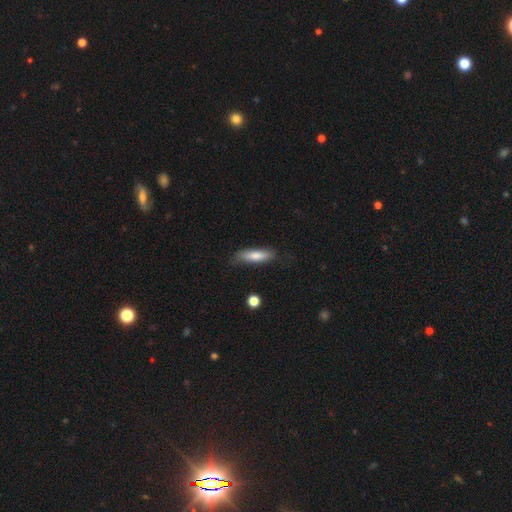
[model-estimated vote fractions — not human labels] This appears to be a smooth galaxy with no disk features (77%) that is cigar-shaped (62%). Merging: none (74%).